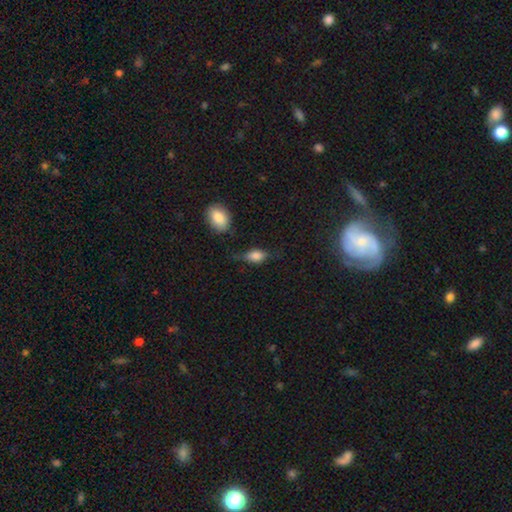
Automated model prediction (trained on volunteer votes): Overall: smooth (73%). How rounded: in between (83%). Merging: none (54%; minor disturbance 28%).